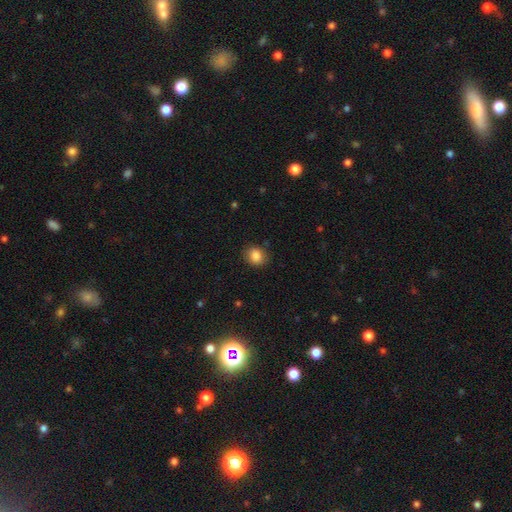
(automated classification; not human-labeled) Smooth or featured? smooth (86%)
How rounded? round (66%)
Merging? none (85%)